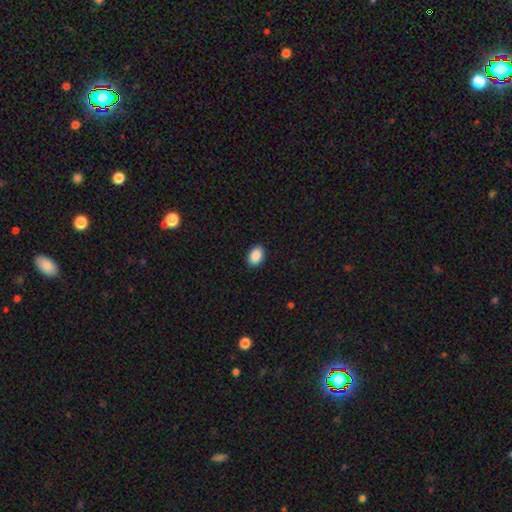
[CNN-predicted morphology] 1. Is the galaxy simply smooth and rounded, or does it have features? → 90% smooth, 7% star or artifact, 3% featured or disk.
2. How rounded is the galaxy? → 83% in between, 16% round, 1% cigar-shaped.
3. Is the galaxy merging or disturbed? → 90% none, 7% minor disturbance, 2% major disturbance, 1% merger.